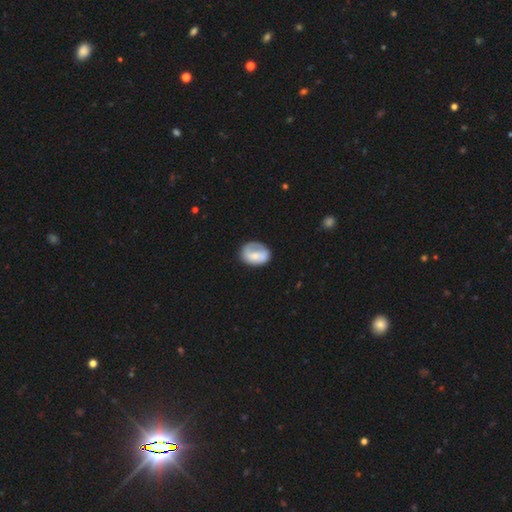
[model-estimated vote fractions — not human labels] Smooth or featured? Predicted: smooth (p=0.57). How rounded? Predicted: in between (p=0.64). Merging? Predicted: none (p=0.54).